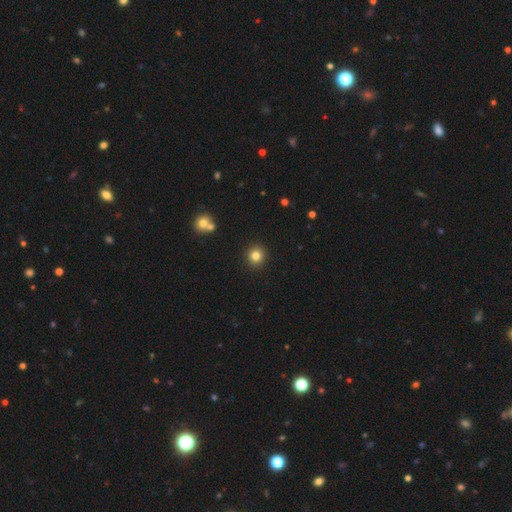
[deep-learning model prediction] Smooth or featured? smooth (82%)
How rounded? round (91%)
Merging? none (91%)